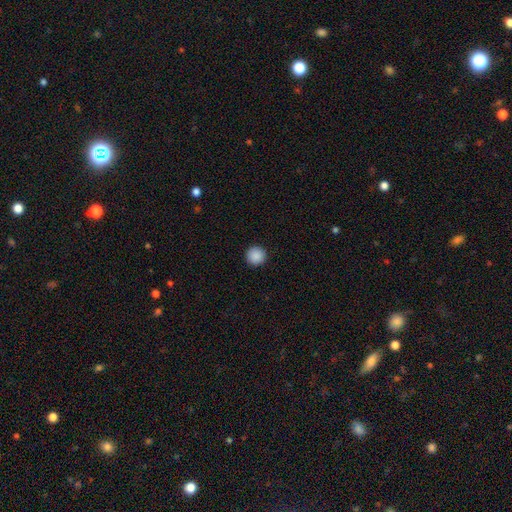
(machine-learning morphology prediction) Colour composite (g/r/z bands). It shows a smooth galaxy with no disk features (89%) that is round (96%). Merging: none (93%).